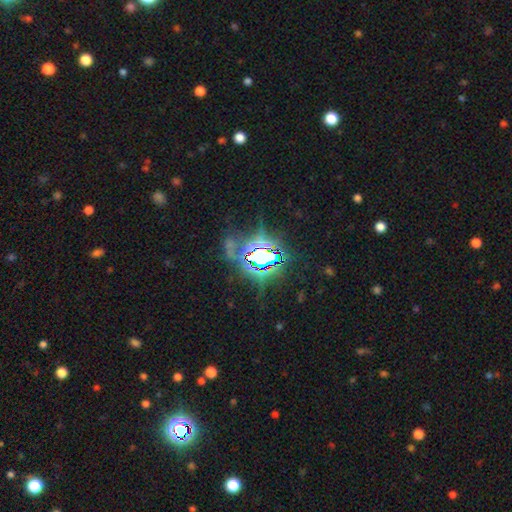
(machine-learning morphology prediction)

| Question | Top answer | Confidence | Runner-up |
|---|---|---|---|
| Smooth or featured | star or artifact | 78% | featured or disk (12%) |